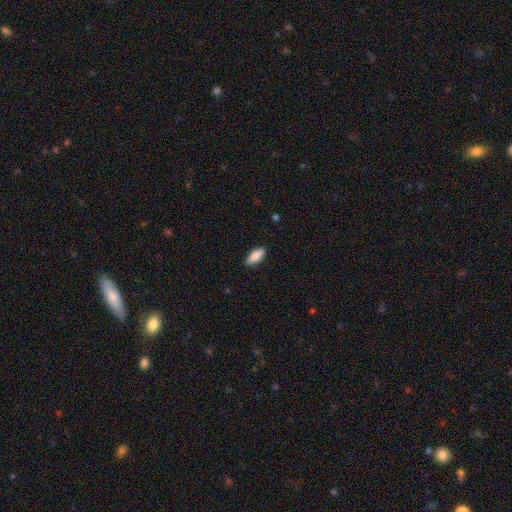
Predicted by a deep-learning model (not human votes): Smooth or featured?
  - smooth: 88% *
  - featured or disk: 6%
  - star or artifact: 6%
How rounded?
  - in between: 83% *
  - cigar-shaped: 15%
  - round: 2%
Merging?
  - none: 84% *
  - minor disturbance: 13%
  - major disturbance: 2%
  - merger: 1%